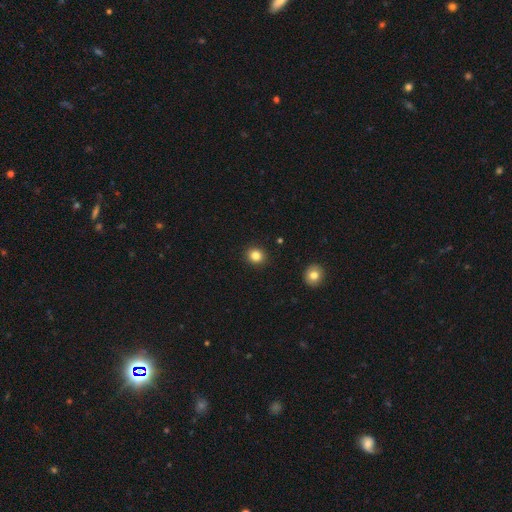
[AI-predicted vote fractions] Smooth or featured?
  - smooth: 83% *
  - star or artifact: 12%
  - featured or disk: 5%
How rounded?
  - round: 83% *
  - in between: 16%
  - cigar-shaped: 1%
Merging?
  - none: 91% *
  - minor disturbance: 6%
  - major disturbance: 2%
  - merger: 1%